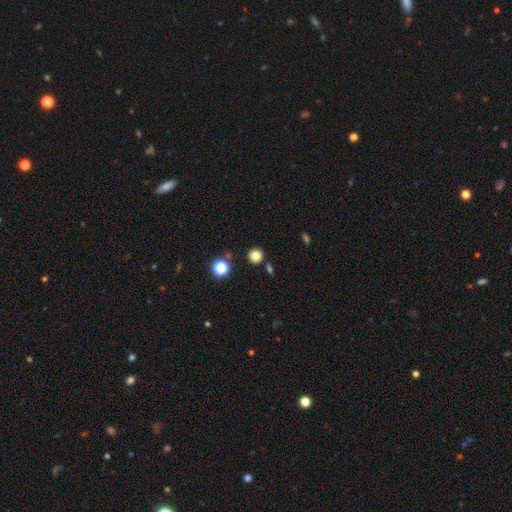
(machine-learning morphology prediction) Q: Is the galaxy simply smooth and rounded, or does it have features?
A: smooth — 80%.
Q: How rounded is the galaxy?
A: round — 94%.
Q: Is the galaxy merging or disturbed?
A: none — 85%.